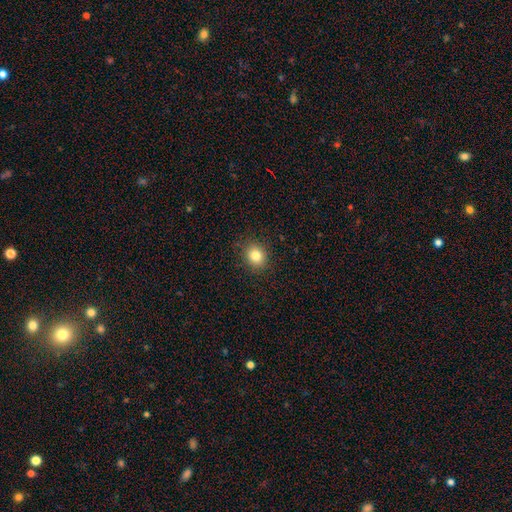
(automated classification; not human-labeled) Smooth or featured? smooth (82%)
How rounded? round (69%)
Merging? none (89%)